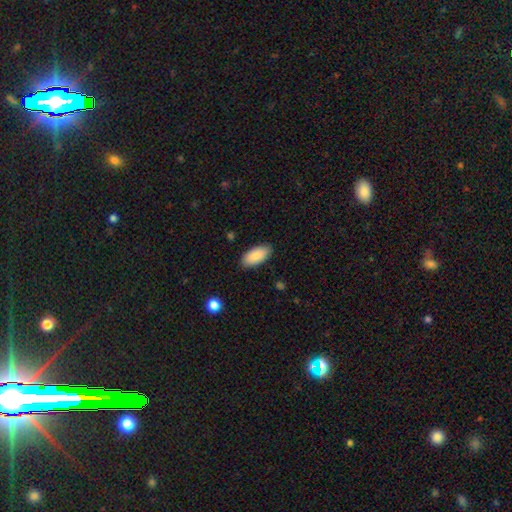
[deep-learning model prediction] Smooth or featured?
  - smooth: 87% *
  - featured or disk: 7%
  - star or artifact: 6%
How rounded?
  - in between: 92% *
  - cigar-shaped: 6%
  - round: 2%
Merging?
  - none: 88% *
  - minor disturbance: 9%
  - major disturbance: 2%
  - merger: 1%